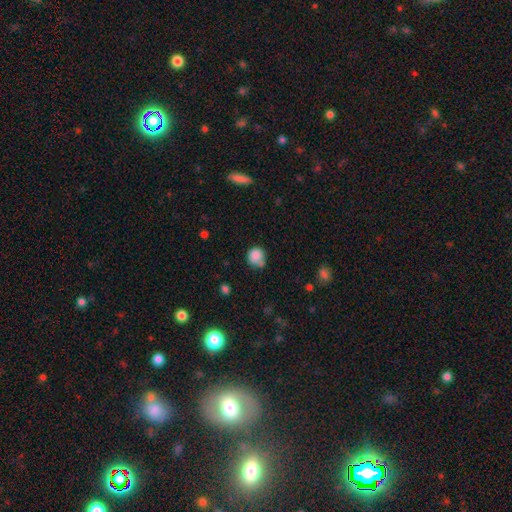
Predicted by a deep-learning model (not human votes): Overall: smooth (82%). How rounded: round (80%). Merging: none (51%; minor disturbance 26%).